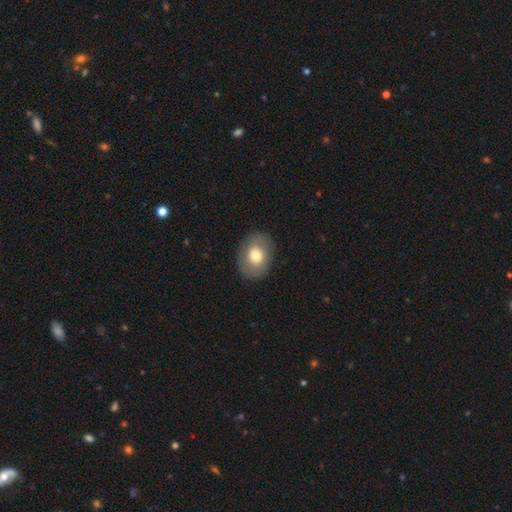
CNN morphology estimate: Smooth or featured: smooth — 69% (featured or disk — 24%)
How rounded: in between — 53% (round — 47%)
Merging: none — 85% (minor disturbance — 10%)